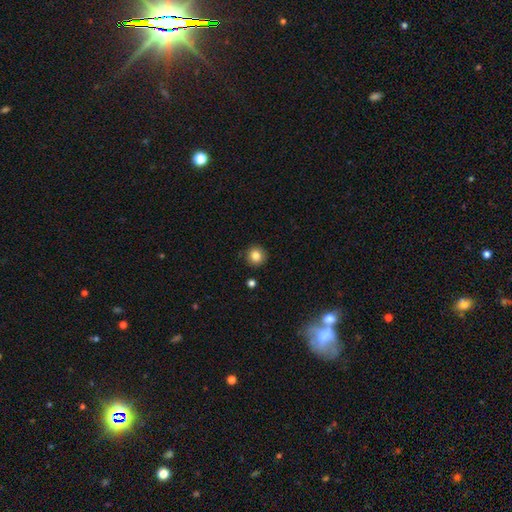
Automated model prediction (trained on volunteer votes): A smooth galaxy with no disk features (84%) that is round (94%).

Vote fractions:
- Smooth or featured? smooth: 84% / star or artifact: 10% / featured or disk: 6%
- How rounded? round: 94% / in between: 5% / cigar-shaped: 1%
- Merging? none: 90% / minor disturbance: 6% / major disturbance: 2% / merger: 2%